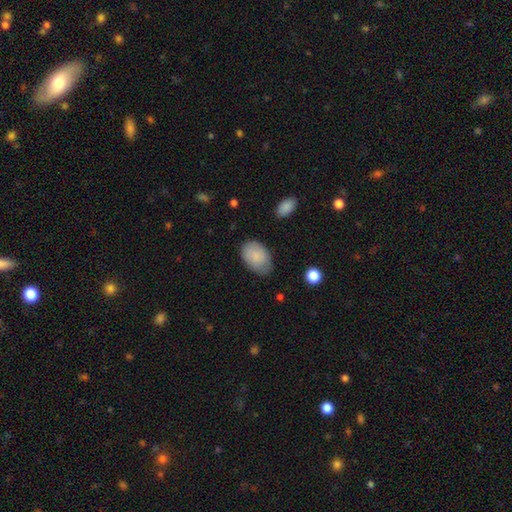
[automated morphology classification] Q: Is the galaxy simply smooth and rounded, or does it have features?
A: smooth — 83%.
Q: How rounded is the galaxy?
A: in between — 89%.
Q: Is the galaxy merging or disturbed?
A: none — 71%.